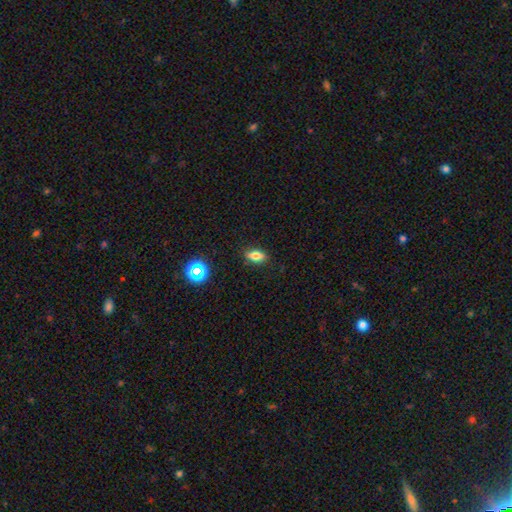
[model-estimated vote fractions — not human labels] This appears to be a smooth galaxy with no disk features (71%) that is in between round and cigar-shaped (76%). Merging: none (86%).